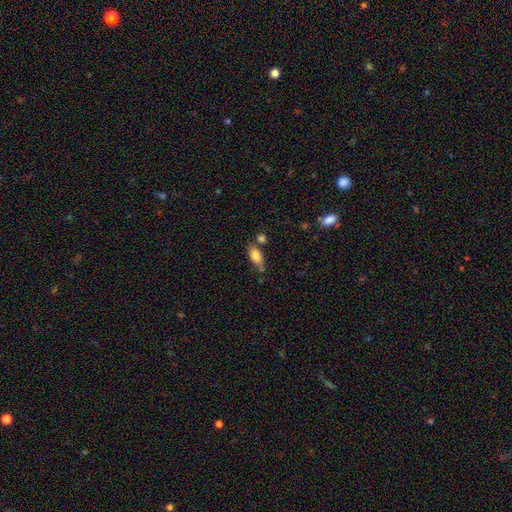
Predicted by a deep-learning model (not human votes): Overall: smooth (78%). How rounded: in between (82%). Merging: none (57%; minor disturbance 23%).